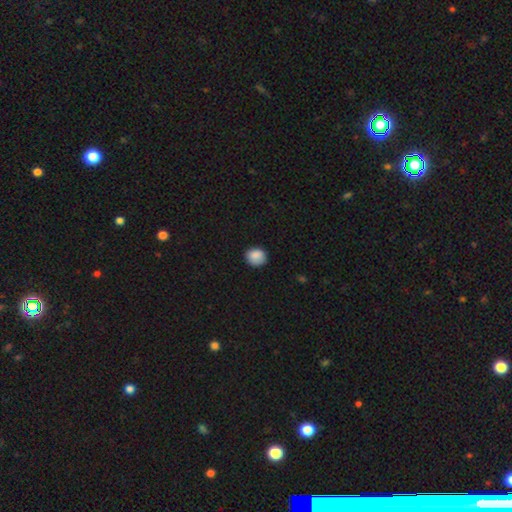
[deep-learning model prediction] smooth_or_featured: smooth (p=0.86) [alt: star or artifact p=0.08]
how_rounded: round (p=0.70) [alt: in between p=0.29]
merging: none (p=0.79) [alt: minor disturbance p=0.17]